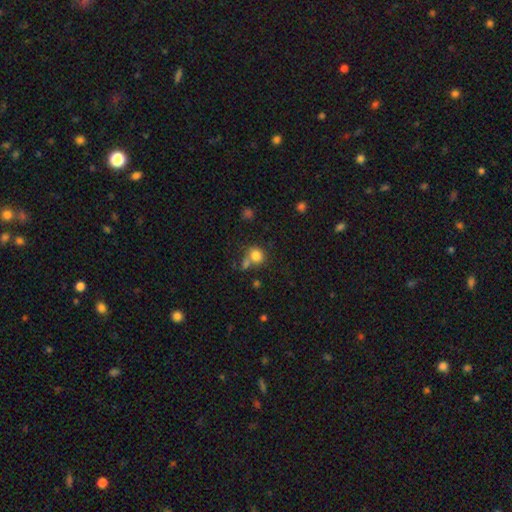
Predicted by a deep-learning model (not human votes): Smooth or featured? Predicted: smooth (p=0.81). How rounded? Predicted: round (p=0.79). Merging? Predicted: none (p=0.57).